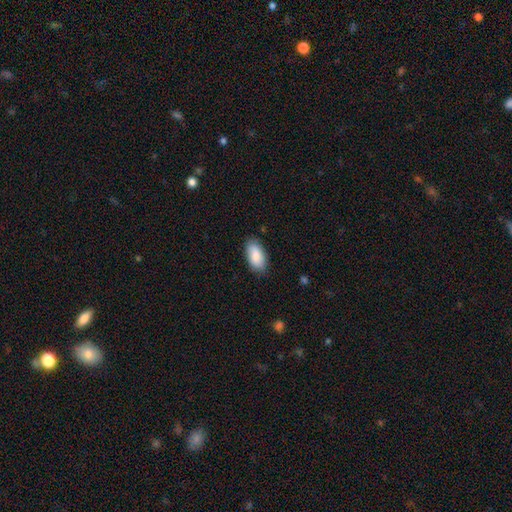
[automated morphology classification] A smooth galaxy with no disk features (87%) that is in between round and cigar-shaped (93%).

Vote fractions:
- Smooth or featured? smooth: 87% / featured or disk: 7% / star or artifact: 6%
- How rounded? in between: 93% / cigar-shaped: 4% / round: 3%
- Merging? none: 82% / minor disturbance: 14% / major disturbance: 3% / merger: 1%